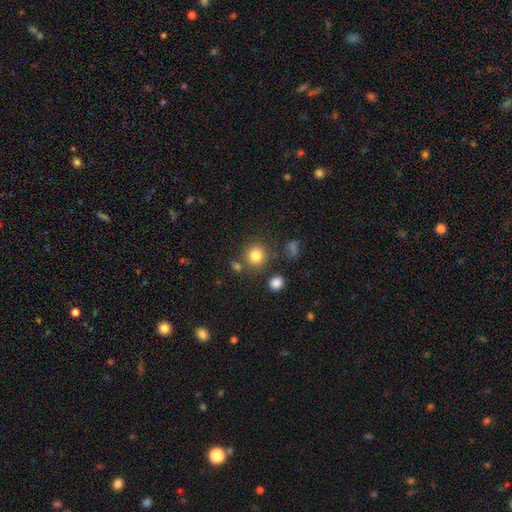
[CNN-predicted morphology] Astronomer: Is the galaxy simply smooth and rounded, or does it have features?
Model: smooth — 82%.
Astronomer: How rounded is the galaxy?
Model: round — 89%.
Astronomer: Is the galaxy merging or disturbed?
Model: none — 78%.